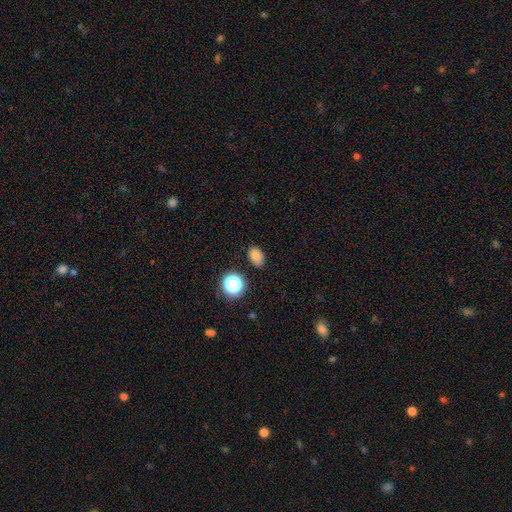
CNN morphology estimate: This appears to be a smooth galaxy with no disk features (79%) that is in between round and cigar-shaped (80%). Merging: none (82%).